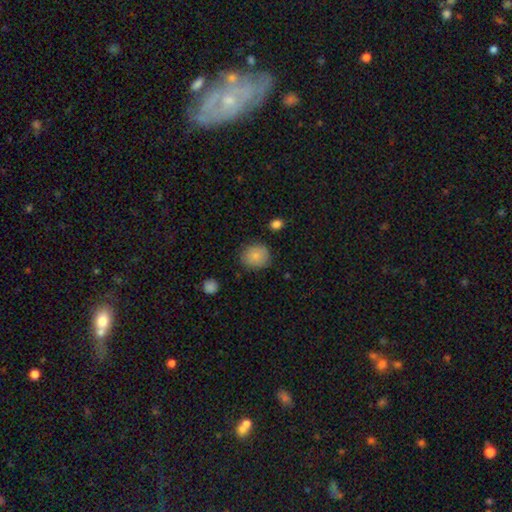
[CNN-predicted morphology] A smooth galaxy with no disk features (85%) that is round (79%). Merging: none (82%).